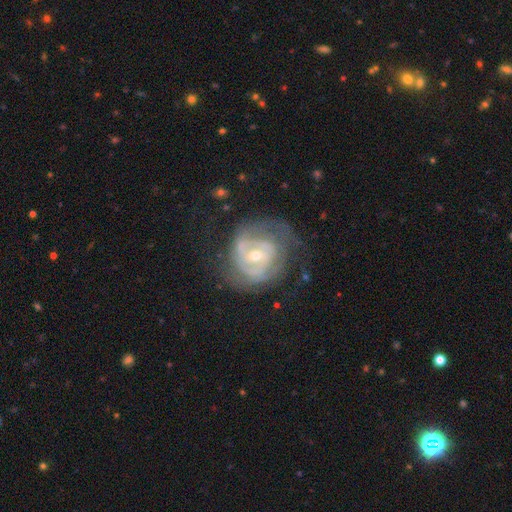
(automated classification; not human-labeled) Q: Smooth or featured?
A: featured or disk (84%); runner-up: smooth (10%)
Q: Edge-on disk?
A: no (97%); runner-up: yes (3%)
Q: Bar?
A: weak (43%); runner-up: no (41%)
Q: Spiral arms?
A: yes (91%); runner-up: no (9%)
Q: Spiral winding?
A: tight (60%); runner-up: medium (31%)
Q: Spiral arm count?
A: 2 (42%); runner-up: can't tell (32%)
Q: Bulge size?
A: small (54%); runner-up: moderate (43%)
Q: Merging?
A: none (59%); runner-up: minor disturbance (22%)